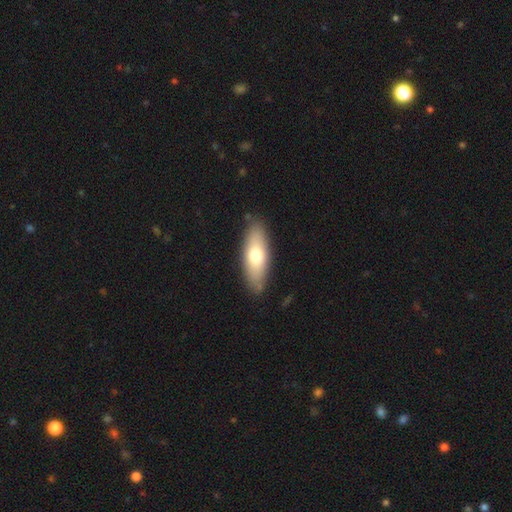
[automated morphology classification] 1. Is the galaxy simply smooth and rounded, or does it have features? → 68% smooth, 26% featured or disk, 6% star or artifact.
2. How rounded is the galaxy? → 67% in between, 31% cigar-shaped, 2% round.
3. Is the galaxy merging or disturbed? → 84% none, 11% minor disturbance, 3% major disturbance, 2% merger.